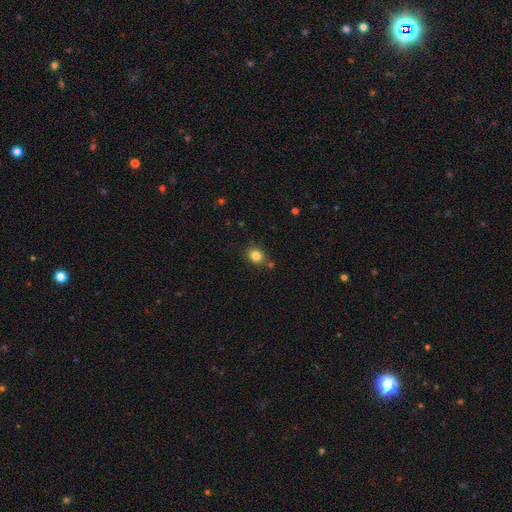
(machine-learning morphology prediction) Q: Smooth or featured?
A: smooth (83%); runner-up: star or artifact (11%)
Q: How rounded?
A: round (52%); runner-up: in between (47%)
Q: Merging?
A: none (75%); runner-up: minor disturbance (14%)